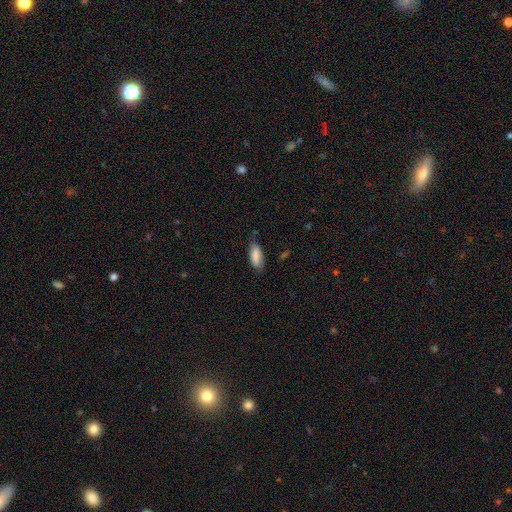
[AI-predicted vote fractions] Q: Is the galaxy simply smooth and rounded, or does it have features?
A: smooth — 84%.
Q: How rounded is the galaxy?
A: in between — 77%.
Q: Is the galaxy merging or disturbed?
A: none — 69%.